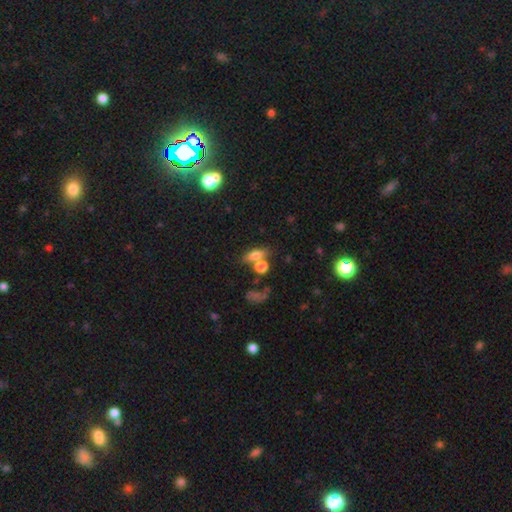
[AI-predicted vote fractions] This appears to be a smooth galaxy with no disk features (71%) that is in between round and cigar-shaped (61%). Merging: none (52%).